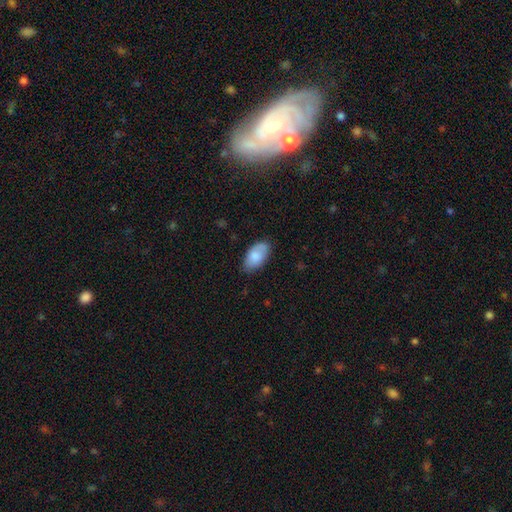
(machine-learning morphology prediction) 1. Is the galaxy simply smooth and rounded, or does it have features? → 82% smooth, 11% featured or disk, 6% star or artifact.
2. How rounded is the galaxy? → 95% in between, 3% round, 2% cigar-shaped.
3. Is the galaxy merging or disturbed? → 78% none, 18% minor disturbance, 3% major disturbance, 1% merger.